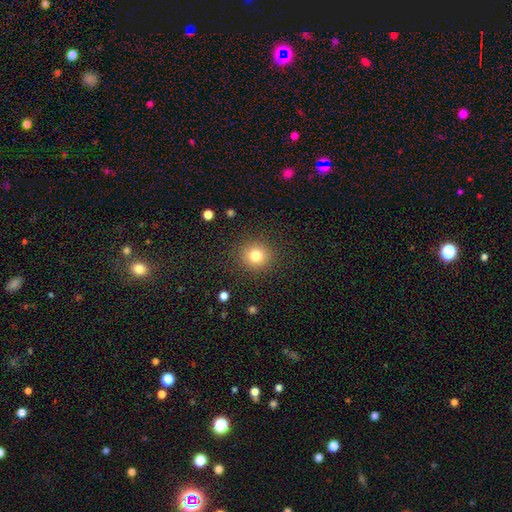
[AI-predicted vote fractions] The model was most divided on "smooth or featured": smooth: 81%, star or artifact: 12%, featured or disk: 7%. More confident: how rounded — round (90%); merging — none (89%).